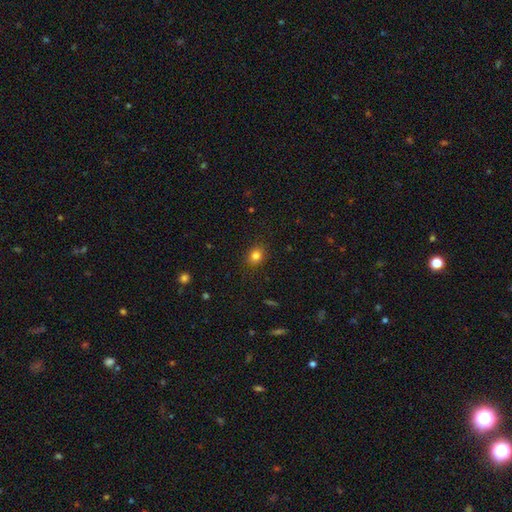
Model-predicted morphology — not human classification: Overall: smooth (81%). How rounded: round (56%; in between 43%). Merging: none (87%).